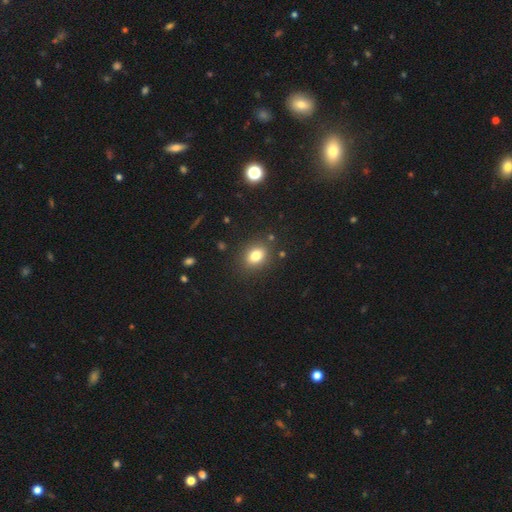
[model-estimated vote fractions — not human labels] This appears to be a smooth galaxy with no disk features (81%) that is in between round and cigar-shaped (59%). Merging: none (86%).